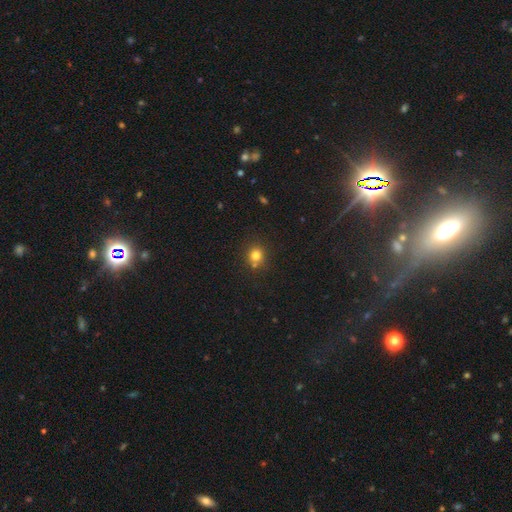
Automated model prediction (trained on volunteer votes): Smooth or featured?
  - smooth: 78% *
  - star or artifact: 14%
  - featured or disk: 7%
How rounded?
  - round: 87% *
  - in between: 12%
  - cigar-shaped: 1%
Merging?
  - none: 71% *
  - merger: 17%
  - minor disturbance: 9%
  - major disturbance: 3%